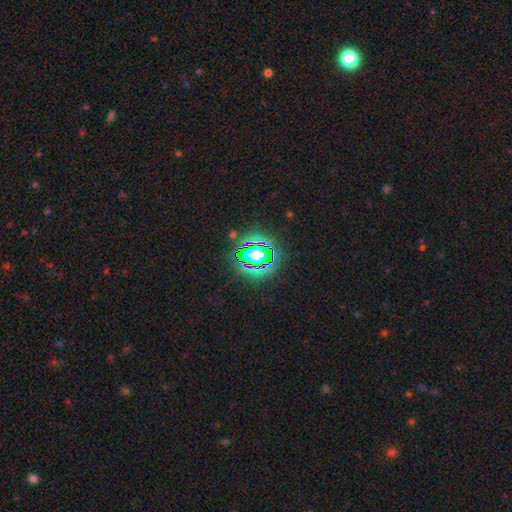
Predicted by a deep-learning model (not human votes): Morphology: type=star or artifact (64%).